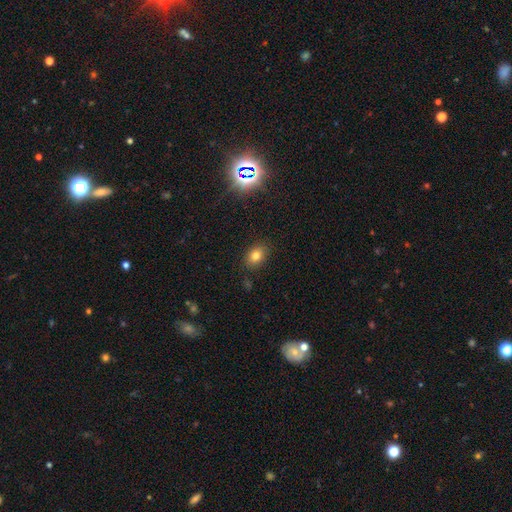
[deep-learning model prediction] smooth 78%, star or artifact 14%, featured or disk 9%. Down the decision tree: how rounded — in between (72%); merging — none (85%).